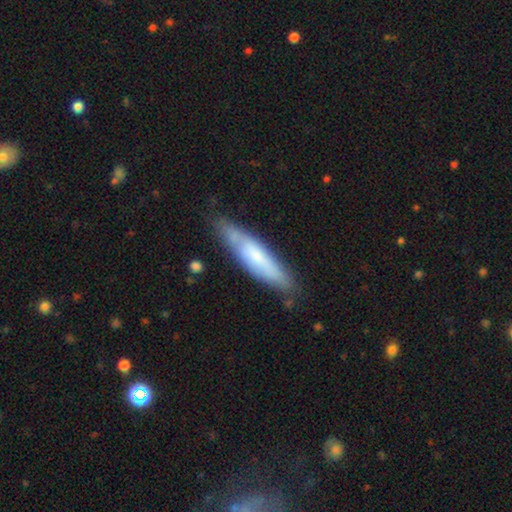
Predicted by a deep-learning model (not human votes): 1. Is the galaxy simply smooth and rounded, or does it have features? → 55% smooth, 39% featured or disk, 6% star or artifact.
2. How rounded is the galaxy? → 78% cigar-shaped, 21% in between, 1% round.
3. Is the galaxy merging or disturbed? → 75% none, 18% minor disturbance, 4% major disturbance, 3% merger.